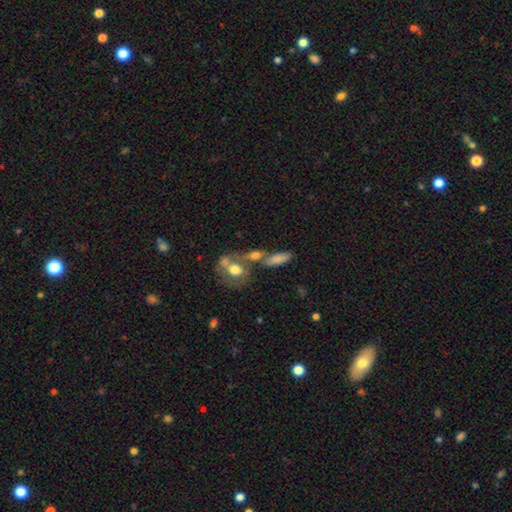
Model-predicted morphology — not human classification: Overall: smooth (52%; featured or disk 37%). How rounded: in between (57%; round 30%). Merging: merger (43%; none 37%).